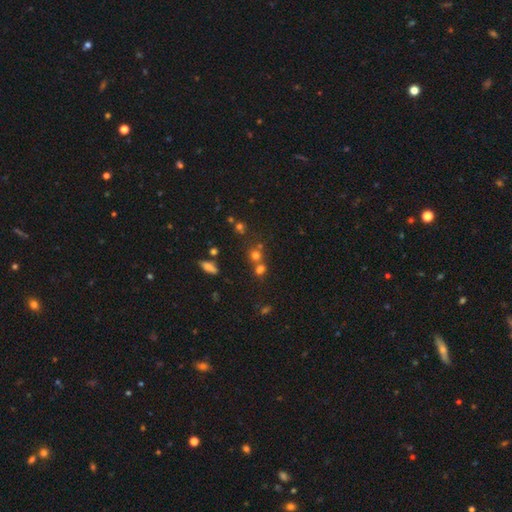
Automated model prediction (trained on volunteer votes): Smooth or featured? smooth (55%)
How rounded? round (82%)
Merging? none (54%)